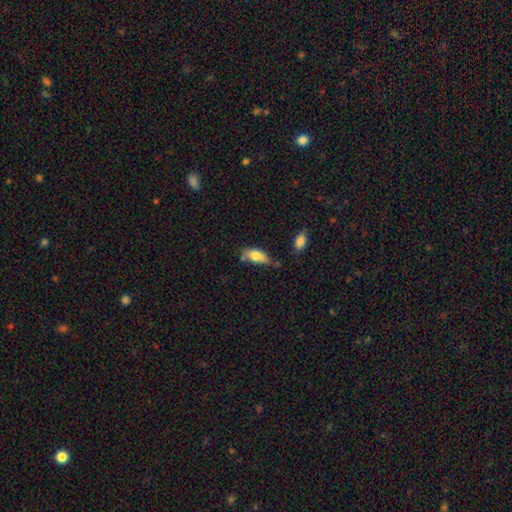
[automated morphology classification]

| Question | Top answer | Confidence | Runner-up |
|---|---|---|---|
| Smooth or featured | smooth | 75% | featured or disk (18%) |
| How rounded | in between | 84% | cigar-shaped (13%) |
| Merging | none | 52% | minor disturbance (30%) |